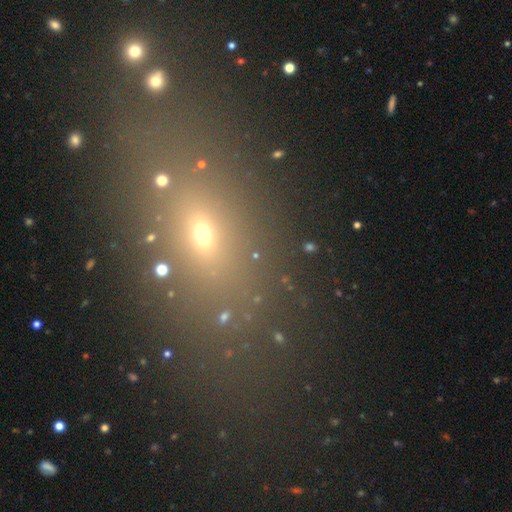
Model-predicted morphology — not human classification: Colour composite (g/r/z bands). It shows a smooth galaxy with no disk features (49%). Merging: none (72%).